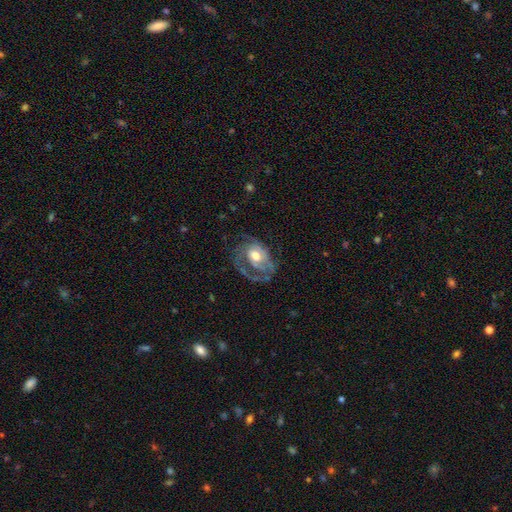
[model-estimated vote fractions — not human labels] Morphology: type=featured or disk (74%); edge-on=no (96%); bar=no (65%); spiral arms=yes (81%); winding=tight (40%); arm count=2 (31%); bulge=moderate (63%); merging=none (43%).